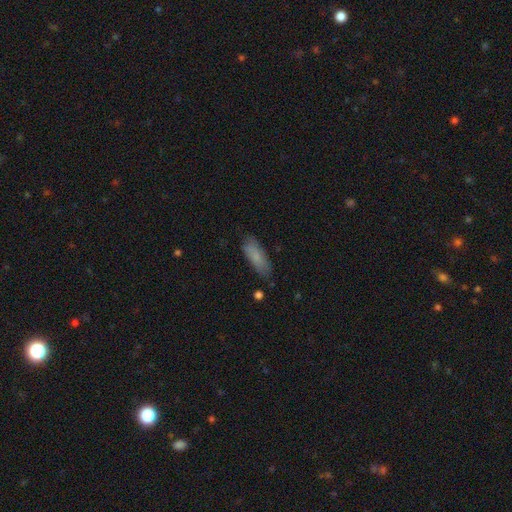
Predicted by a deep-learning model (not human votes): smooth 79%, featured or disk 14%, star or artifact 6%. Down the decision tree: how rounded — in between (59%); merging — none (74%).